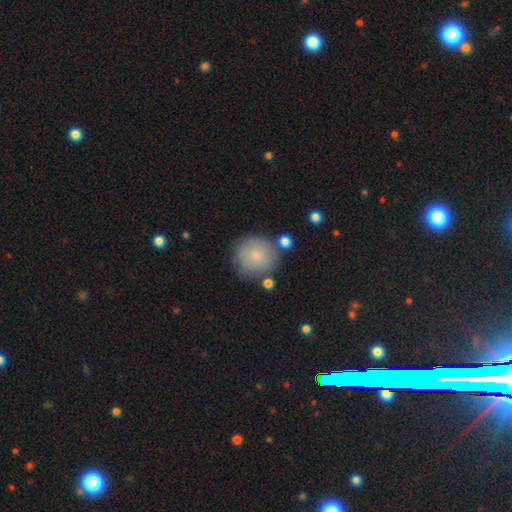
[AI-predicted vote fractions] smooth-or-featured: smooth: 79% | featured or disk: 14% | star or artifact: 7%
  how-rounded: round: 90% | in between: 9% | cigar-shaped: 1%
  merging: none: 73% | minor disturbance: 16% | merger: 6% | major disturbance: 5%